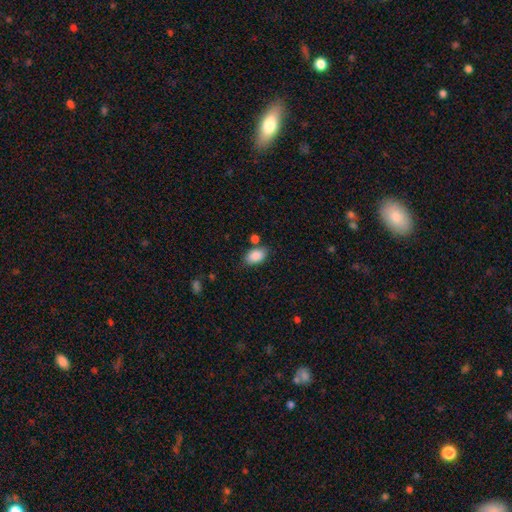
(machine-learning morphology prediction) smooth 88%, star or artifact 7%, featured or disk 5%. Down the decision tree: how rounded — in between (91%); merging — none (74%).